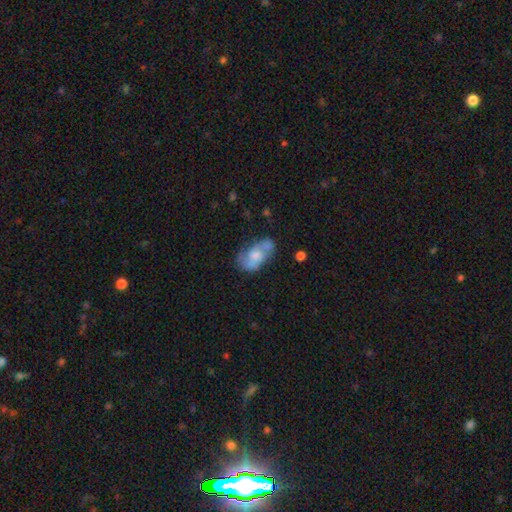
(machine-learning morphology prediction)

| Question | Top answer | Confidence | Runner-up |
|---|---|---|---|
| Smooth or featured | featured or disk | 55% | smooth (38%) |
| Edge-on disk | no | 95% | yes (5%) |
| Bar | no | 70% | weak (25%) |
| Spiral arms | yes | 71% | no (29%) |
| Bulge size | moderate | 44% | small (34%) |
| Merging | none | 48% | minor disturbance (25%) |